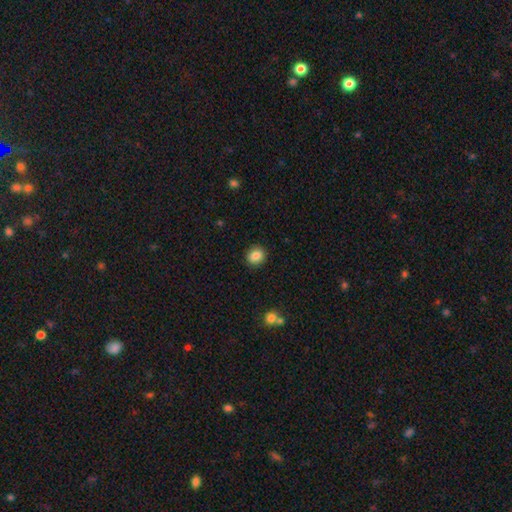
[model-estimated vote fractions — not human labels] Smooth or featured? Predicted: smooth (p=0.86). How rounded? Predicted: round (p=0.72). Merging? Predicted: none (p=0.90).